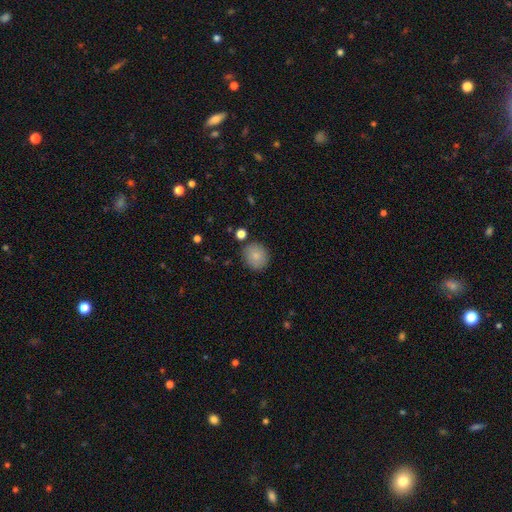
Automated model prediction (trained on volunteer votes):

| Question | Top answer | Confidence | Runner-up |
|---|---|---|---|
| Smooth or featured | smooth | 84% | featured or disk (8%) |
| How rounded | round | 87% | in between (12%) |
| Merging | none | 84% | minor disturbance (10%) |